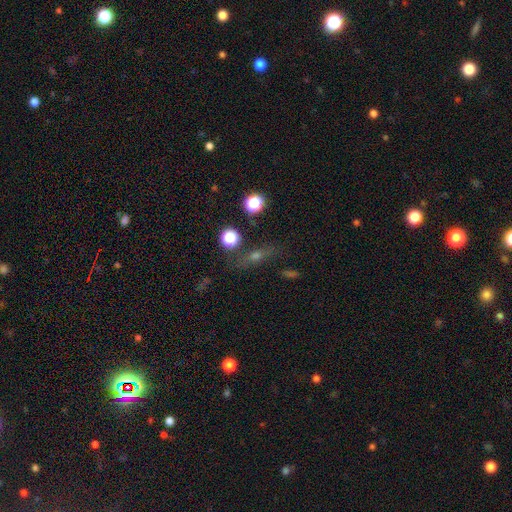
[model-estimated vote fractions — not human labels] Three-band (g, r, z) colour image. It shows a smooth galaxy with no disk features (38%). Merging: none (75%).